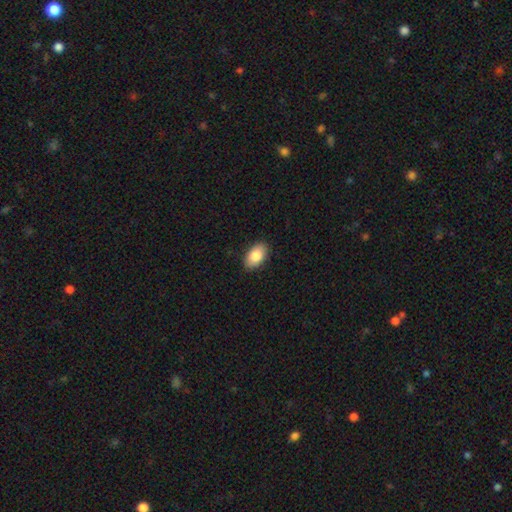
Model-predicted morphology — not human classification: A smooth galaxy with no disk features (83%) that is in between round and cigar-shaped (93%). Merging: none (89%).